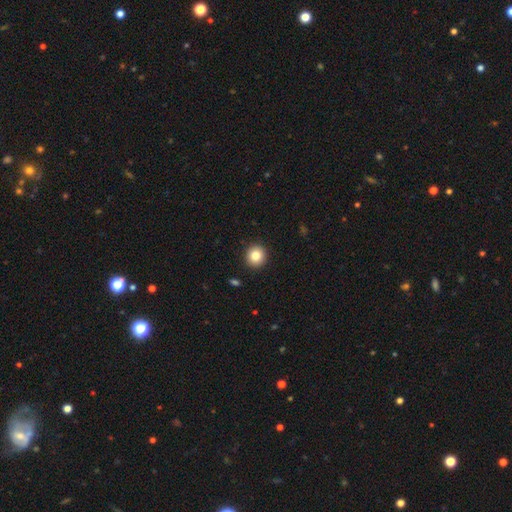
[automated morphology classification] Smooth or featured? smooth (83%)
How rounded? round (92%)
Merging? none (92%)